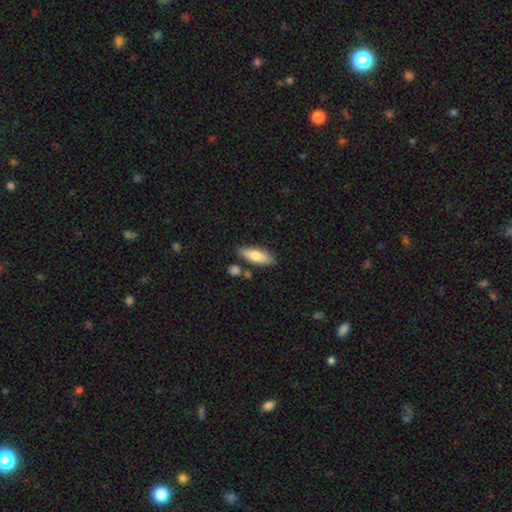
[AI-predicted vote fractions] smooth 77%, featured or disk 17%, star or artifact 6%. Down the decision tree: how rounded — in between (65%); merging — none (79%).